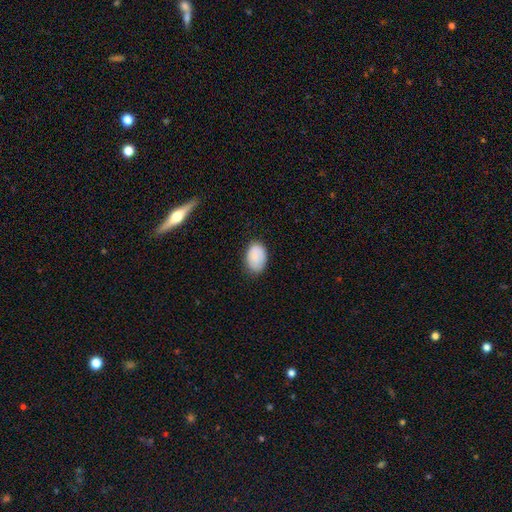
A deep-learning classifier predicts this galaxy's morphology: Overall: smooth (85%). How rounded: in between (85%). Merging: none (77%).